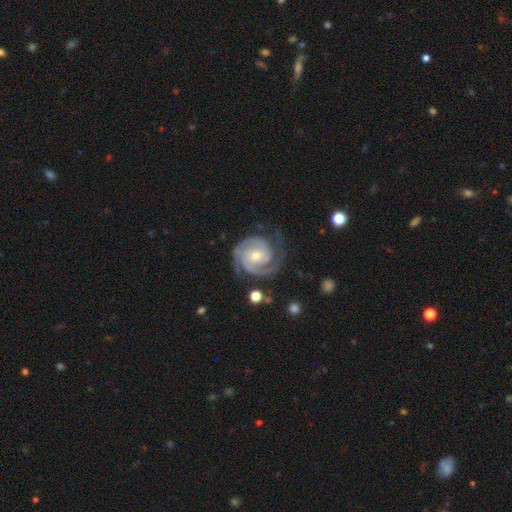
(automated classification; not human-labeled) Overall: featured or disk (92%). Edge-on disk: no (98%). Bar: no (63%; weak 27%). Spiral arms: yes (98%). Spiral arm count: 2 (64%). Spiral winding: tight (70%). Bulge size: small (57%; moderate 40%). Merging: none (74%).